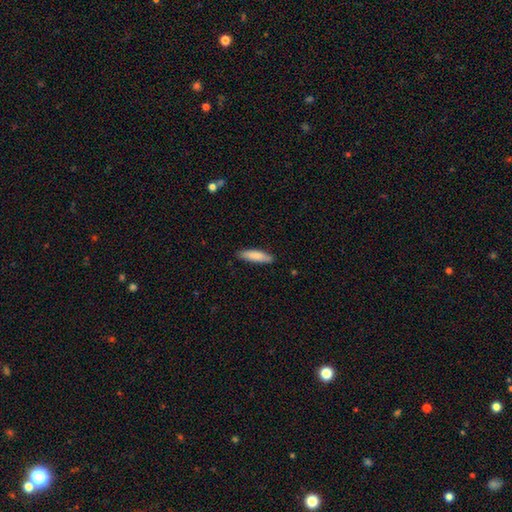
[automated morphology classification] Smooth or featured? Predicted: smooth (p=0.84). How rounded? Predicted: cigar-shaped (p=0.67). Merging? Predicted: none (p=0.86).